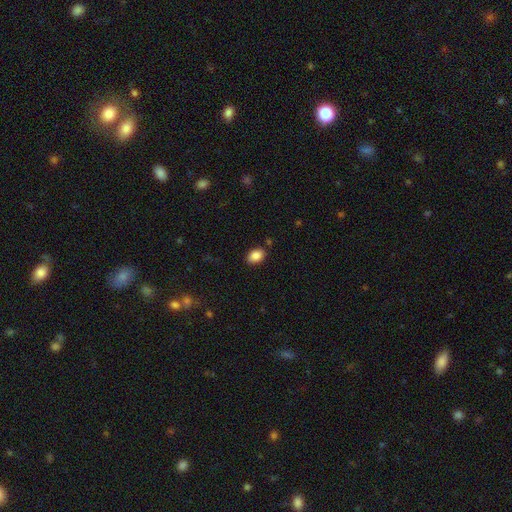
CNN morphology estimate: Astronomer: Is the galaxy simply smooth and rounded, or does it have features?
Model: smooth — 88%.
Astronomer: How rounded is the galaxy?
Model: in between — 82%.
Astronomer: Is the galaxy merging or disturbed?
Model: none — 86%.